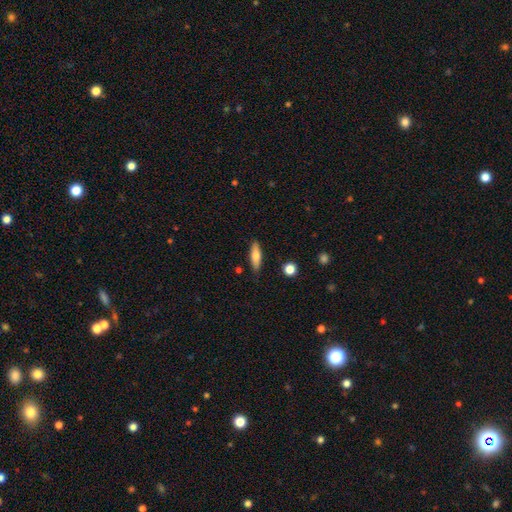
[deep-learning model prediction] Smooth or featured?
  - smooth: 70% *
  - featured or disk: 23%
  - star or artifact: 7%
How rounded?
  - cigar-shaped: 58% *
  - in between: 40%
  - round: 3%
Merging?
  - none: 85% *
  - minor disturbance: 11%
  - major disturbance: 2%
  - merger: 2%